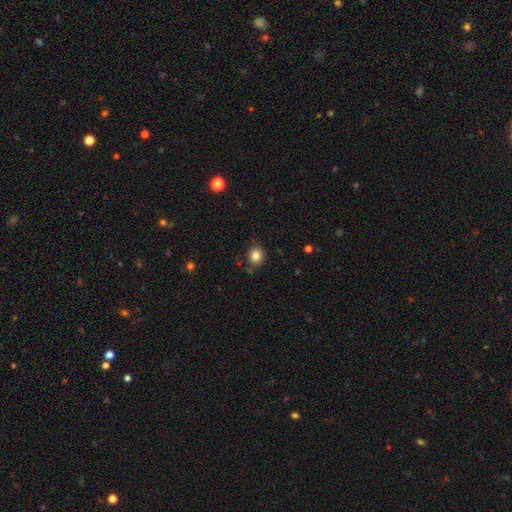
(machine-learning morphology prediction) Smooth or featured? smooth (84%)
How rounded? round (78%)
Merging? none (85%)